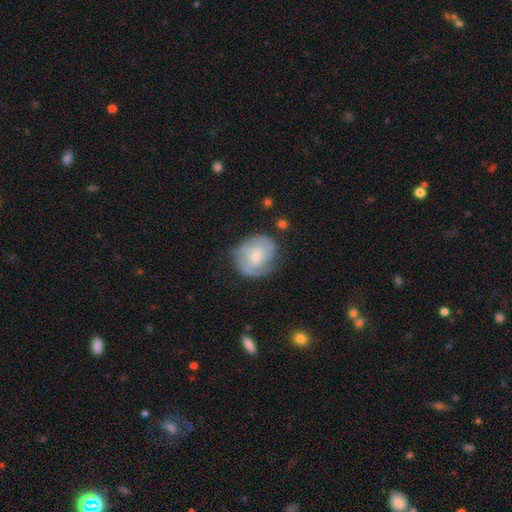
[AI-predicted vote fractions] Smooth or featured?
  - featured or disk: 54% *
  - smooth: 39%
  - star or artifact: 7%
Edge-on disk?
  - no: 97% *
  - yes: 3%
Bar?
  - no: 47% *
  - weak: 44%
  - strong: 9%
Spiral arms?
  - yes: 73% *
  - no: 27%
Bulge size?
  - small: 49% *
  - moderate: 43%
  - none: 4%
  - large: 3%
  - dominant: 1%
Merging?
  - none: 64% *
  - minor disturbance: 25%
  - major disturbance: 9%
  - merger: 2%